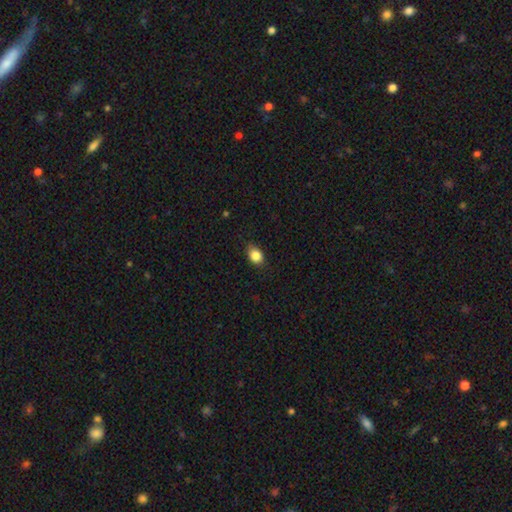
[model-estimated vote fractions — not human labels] This is clearly a smooth galaxy (86%). How rounded: likely in between (69%). Merging: clearly none (83%).